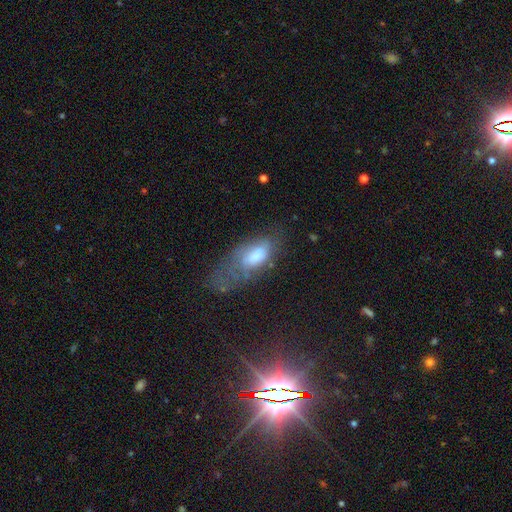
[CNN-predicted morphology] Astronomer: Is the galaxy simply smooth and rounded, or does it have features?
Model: smooth — 50% (runner-up: featured or disk, 39%).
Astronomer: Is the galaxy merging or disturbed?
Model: none — 38% (runner-up: major disturbance, 30%).